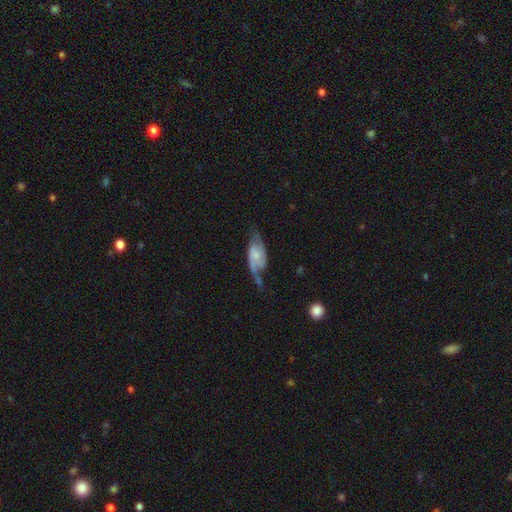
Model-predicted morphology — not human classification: This is likely a featured or disk galaxy (67%). It is clearly not viewed edge-on (91%). Bar: possibly no (60%). Spiral arm pattern: clearly yes (87%). Spiral arm count: likely 2 (75%). Spiral winding: marginally medium (39%, tied with loose). Central bulge: possibly small (53%). Merging: marginally none (39%).